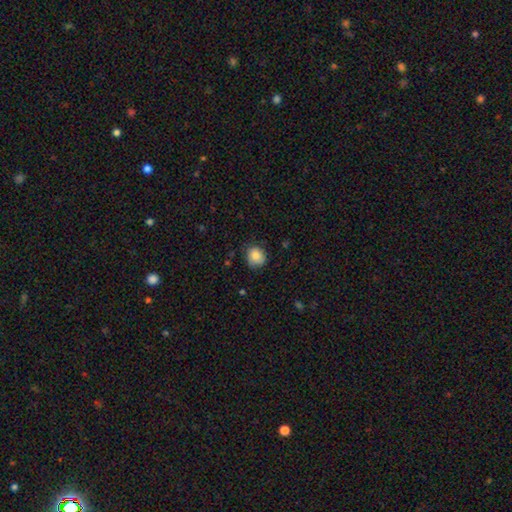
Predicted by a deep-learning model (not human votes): This appears to be a smooth galaxy with no disk features (82%) that is round (80%). Merging: none (73%).